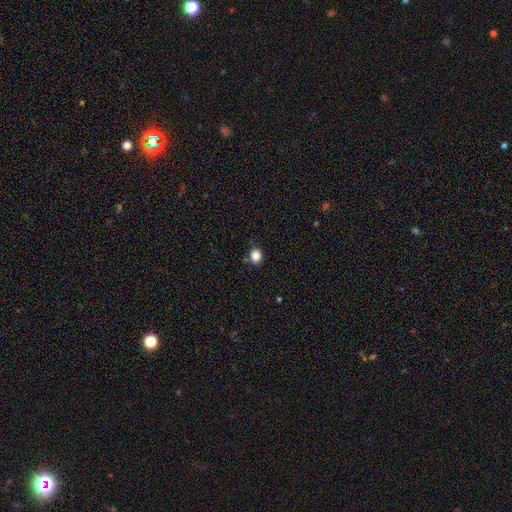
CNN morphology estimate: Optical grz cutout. It shows a smooth galaxy with no disk features (85%) that is round (63%). Merging: none (78%).